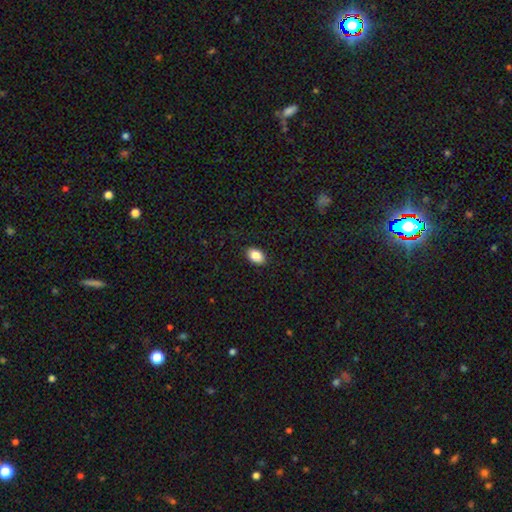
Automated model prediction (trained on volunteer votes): This is clearly a smooth galaxy (86%). How rounded: clearly in between (87%). Merging: clearly none (89%).